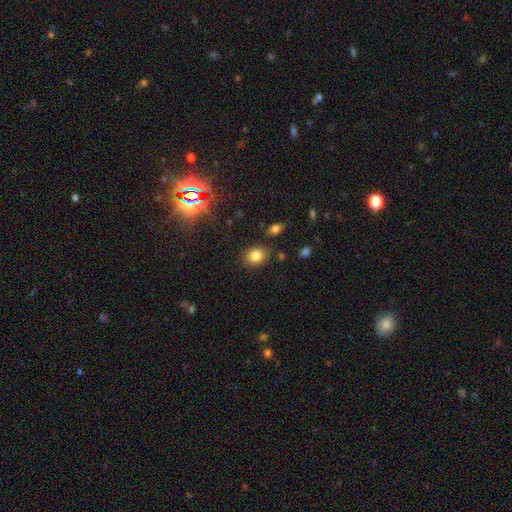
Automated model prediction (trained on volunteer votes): Smooth or featured: smooth — 80% (star or artifact — 12%)
How rounded: in between — 53% (round — 46%)
Merging: none — 82% (minor disturbance — 11%)